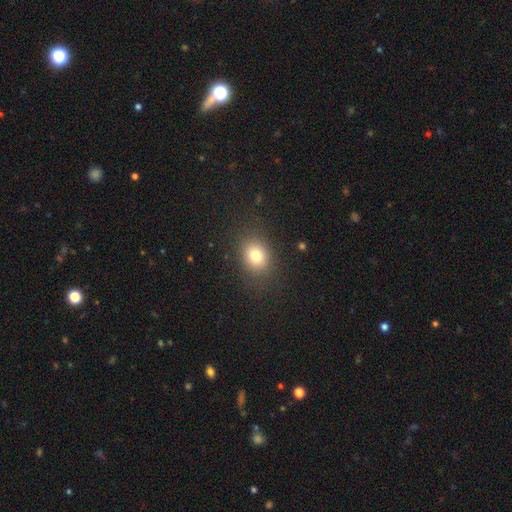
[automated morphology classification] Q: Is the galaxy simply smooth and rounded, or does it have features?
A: smooth — 79%.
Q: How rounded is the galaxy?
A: round — 51%.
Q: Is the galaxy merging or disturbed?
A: none — 85%.